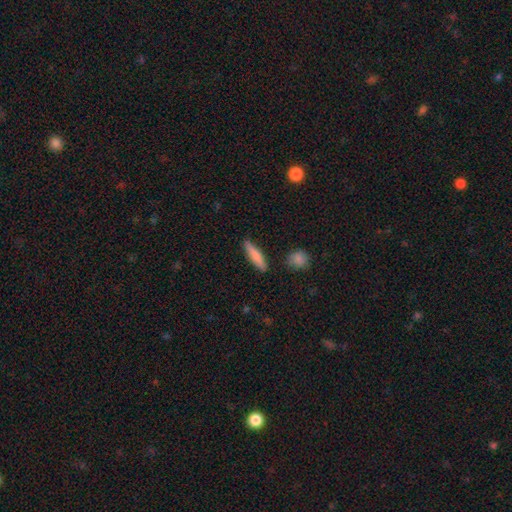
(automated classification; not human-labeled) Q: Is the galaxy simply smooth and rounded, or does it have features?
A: smooth — 78%.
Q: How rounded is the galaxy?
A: cigar-shaped — 79%.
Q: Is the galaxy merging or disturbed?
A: none — 87%.